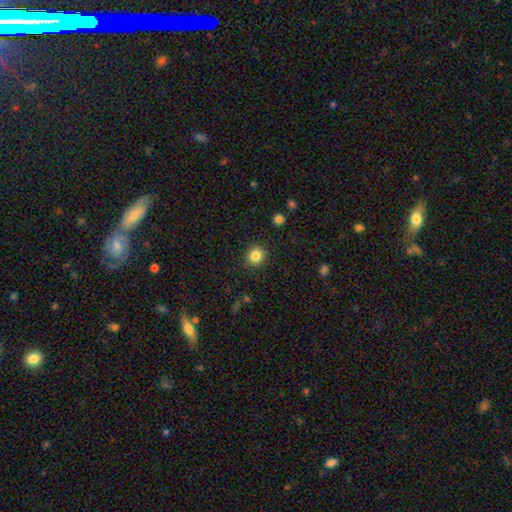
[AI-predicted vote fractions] Q: Smooth or featured?
A: smooth (84%); runner-up: star or artifact (11%)
Q: How rounded?
A: round (86%); runner-up: in between (13%)
Q: Merging?
A: none (90%); runner-up: minor disturbance (6%)